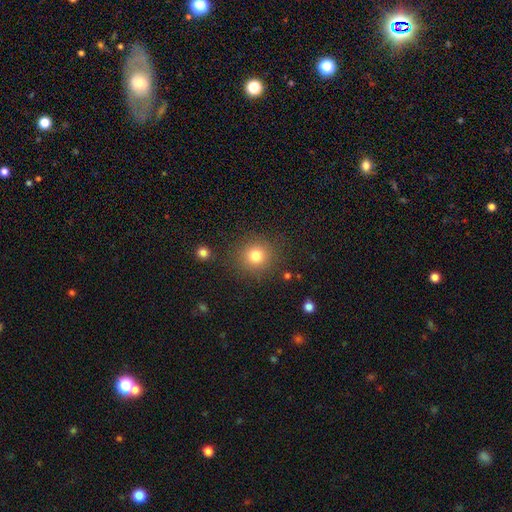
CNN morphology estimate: This appears to be a smooth galaxy with no disk features (80%) that is round (92%). Merging: none (87%).